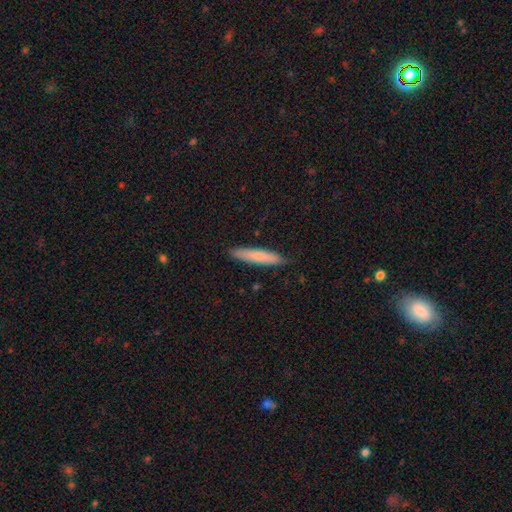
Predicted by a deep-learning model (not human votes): Smooth or featured? smooth (76%)
How rounded? cigar-shaped (90%)
Merging? none (88%)